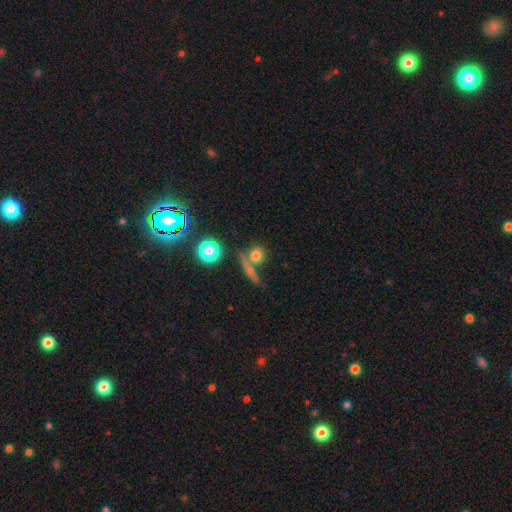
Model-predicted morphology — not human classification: This appears to be a smooth galaxy with no disk features (72%) that is round (80%). Merging: none (55%).